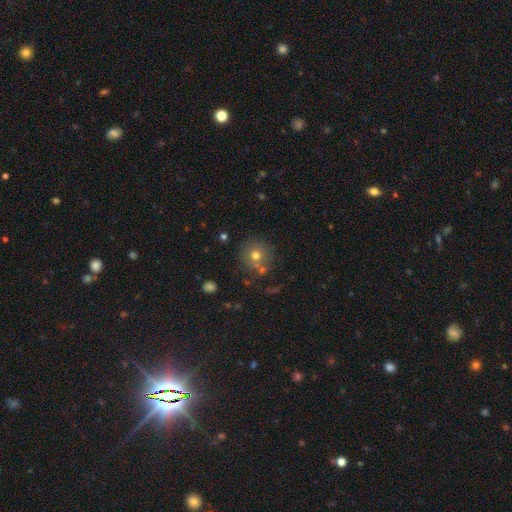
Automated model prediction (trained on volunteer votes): Morphology: type=smooth (69%); roundness=round (92%); merging=none (71%).